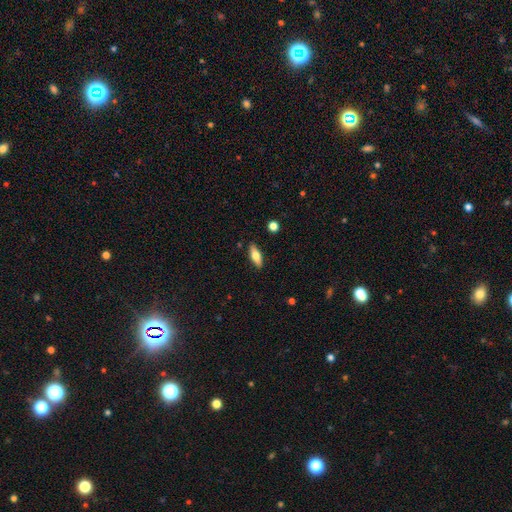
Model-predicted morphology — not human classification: A smooth galaxy with no disk features (63%) that is in between round and cigar-shaped (62%). Merging: none (88%).